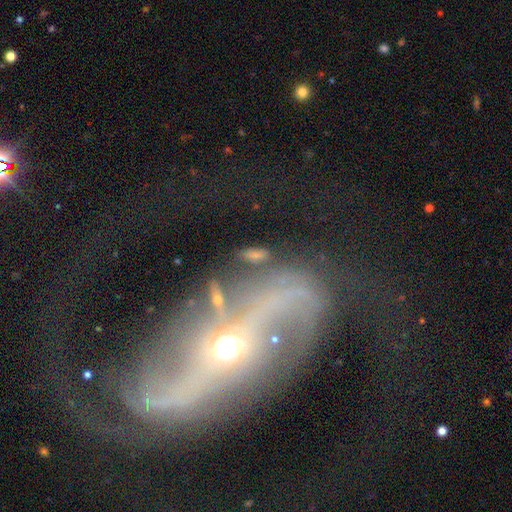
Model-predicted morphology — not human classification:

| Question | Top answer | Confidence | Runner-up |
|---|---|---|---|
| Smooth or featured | smooth | 59% | featured or disk (26%) |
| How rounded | in between | 65% | cigar-shaped (28%) |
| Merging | none | 70% | minor disturbance (15%) |